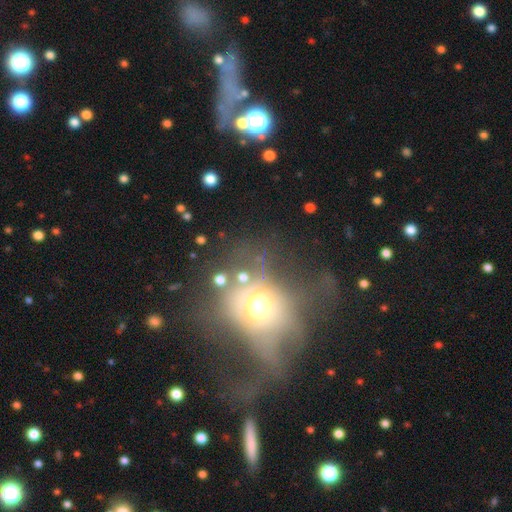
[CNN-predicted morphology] This is marginally a featured or disk galaxy (41%). Merging: marginally none (39%).